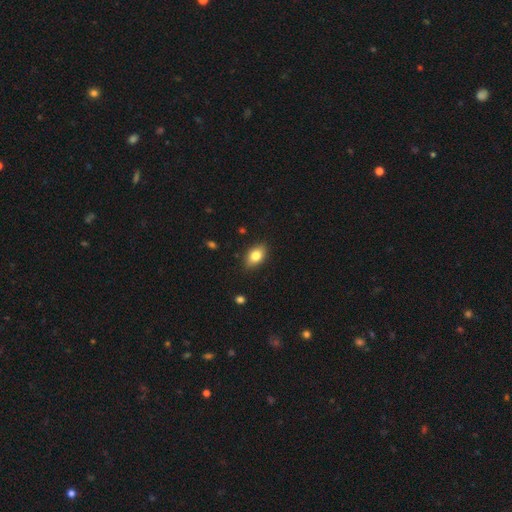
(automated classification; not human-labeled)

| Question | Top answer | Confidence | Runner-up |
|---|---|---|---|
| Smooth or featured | smooth | 81% | featured or disk (11%) |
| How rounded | in between | 85% | round (12%) |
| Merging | none | 86% | minor disturbance (11%) |